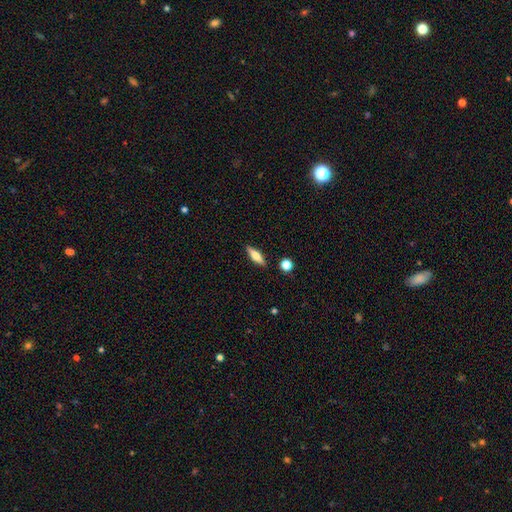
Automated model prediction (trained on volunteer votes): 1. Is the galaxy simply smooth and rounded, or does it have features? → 51% smooth, 42% featured or disk, 7% star or artifact.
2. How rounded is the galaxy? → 58% cigar-shaped, 38% in between, 3% round.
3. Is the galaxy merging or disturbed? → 87% none, 8% minor disturbance, 2% merger, 2% major disturbance.